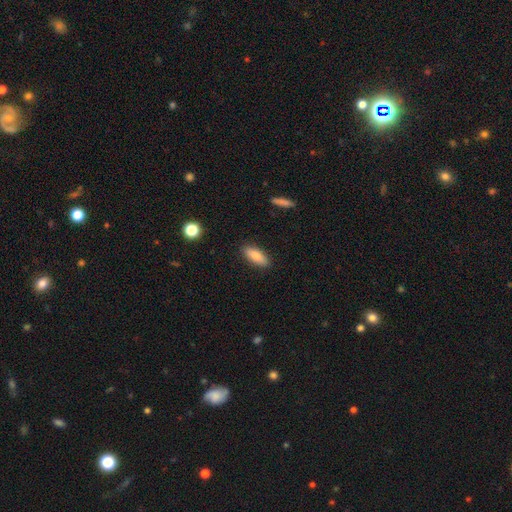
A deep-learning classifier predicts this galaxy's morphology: type=smooth (81%); roundness=in between (74%); merging=none (88%).